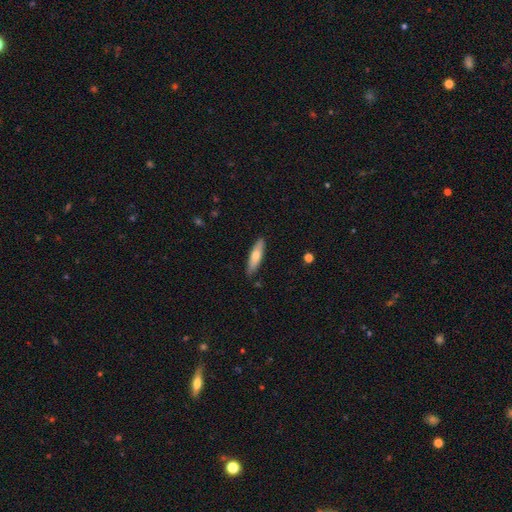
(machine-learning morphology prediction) Q: Smooth or featured?
A: smooth (65%); runner-up: featured or disk (29%)
Q: How rounded?
A: cigar-shaped (68%); runner-up: in between (31%)
Q: Merging?
A: none (86%); runner-up: minor disturbance (11%)